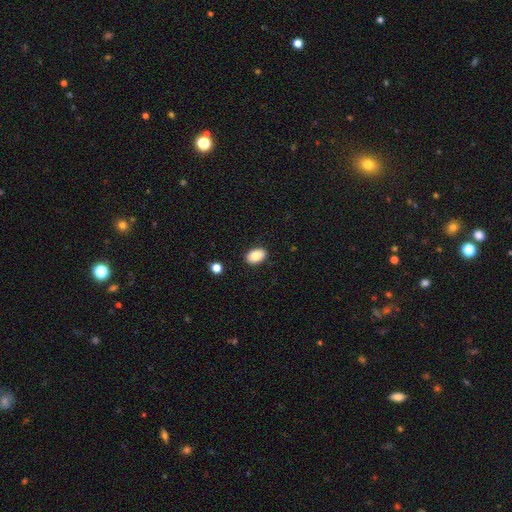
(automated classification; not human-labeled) smooth_or_featured: smooth (p=0.83) [alt: featured or disk p=0.09]
how_rounded: in between (p=0.87) [alt: round p=0.12]
merging: none (p=0.89) [alt: minor disturbance p=0.08]